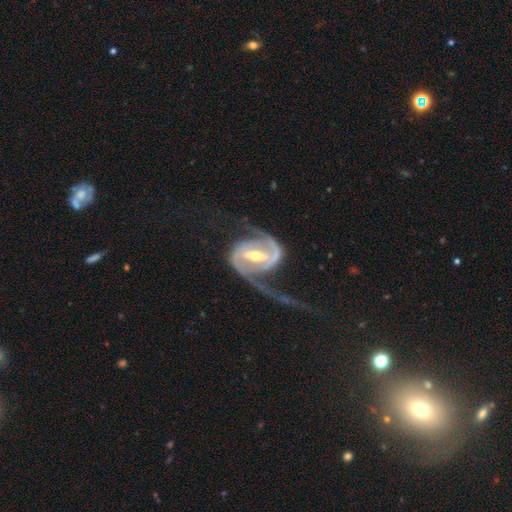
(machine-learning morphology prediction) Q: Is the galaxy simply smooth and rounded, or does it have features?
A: featured or disk — 93%.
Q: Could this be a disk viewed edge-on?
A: no — 97%.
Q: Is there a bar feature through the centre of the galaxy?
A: strong — 64%.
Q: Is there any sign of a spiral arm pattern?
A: yes — 97%.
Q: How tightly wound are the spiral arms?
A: medium — 46%.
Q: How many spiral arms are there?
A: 2 — 92%.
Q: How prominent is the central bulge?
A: moderate — 64%.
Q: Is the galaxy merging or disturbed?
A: none — 53%.